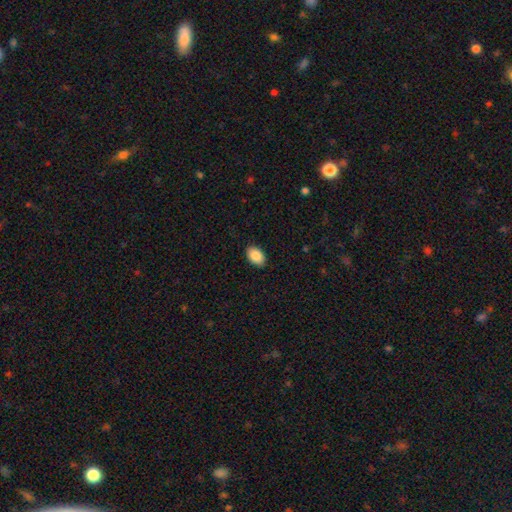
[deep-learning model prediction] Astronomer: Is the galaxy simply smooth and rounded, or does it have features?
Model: smooth — 89%.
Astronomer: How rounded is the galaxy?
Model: in between — 89%.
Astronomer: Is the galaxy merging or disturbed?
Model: none — 89%.